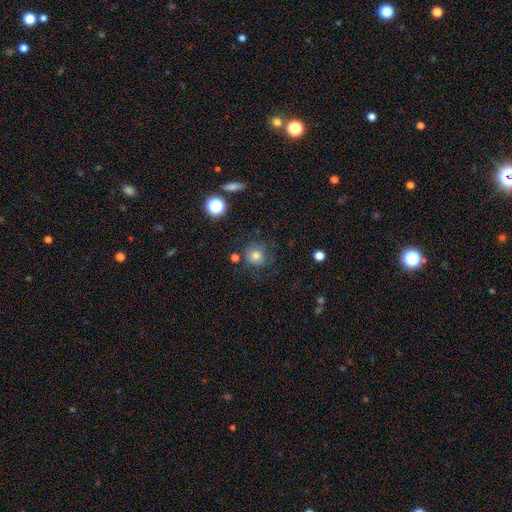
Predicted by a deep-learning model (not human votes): Smooth or featured? Predicted: smooth (p=0.76). How rounded? Predicted: round (p=0.89). Merging? Predicted: none (p=0.72).